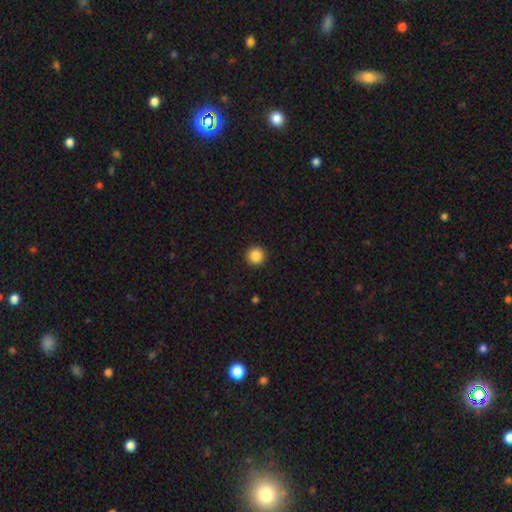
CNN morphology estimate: Overall: smooth (87%). How rounded: round (95%). Merging: none (93%).